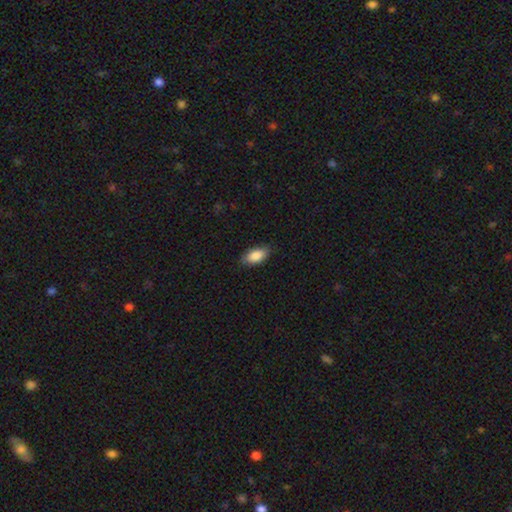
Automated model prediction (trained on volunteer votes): This is clearly a smooth galaxy (88%). How rounded: clearly in between (91%). Merging: clearly none (84%).